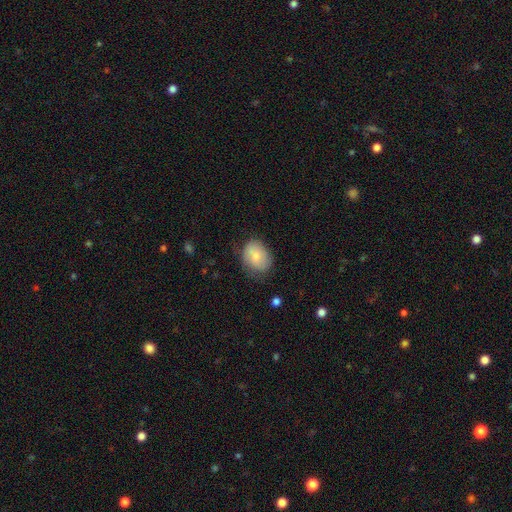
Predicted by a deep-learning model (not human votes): Smooth or featured?
  - smooth: 74% *
  - featured or disk: 19%
  - star or artifact: 7%
How rounded?
  - in between: 59% *
  - round: 40%
  - cigar-shaped: 1%
Merging?
  - none: 65% *
  - minor disturbance: 26%
  - major disturbance: 7%
  - merger: 1%